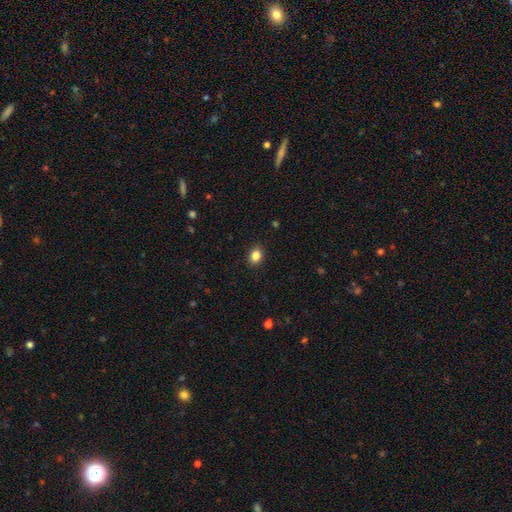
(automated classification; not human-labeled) A smooth galaxy with no disk features (85%) that is in between round and cigar-shaped (55%).

Vote fractions:
- Smooth or featured? smooth: 85% / star or artifact: 10% / featured or disk: 5%
- How rounded? in between: 55% / round: 44% / cigar-shaped: 1%
- Merging? none: 89% / minor disturbance: 8% / major disturbance: 2% / merger: 1%